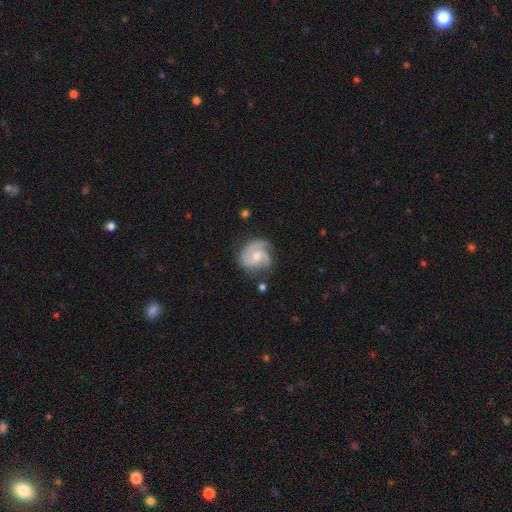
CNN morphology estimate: This is likely a featured or disk galaxy (78%). It is clearly not viewed edge-on (98%). Bar: likely no (60%). Spiral arm pattern: clearly yes (95%). Spiral arm count: marginally 2 (40%). Spiral winding: possibly medium (47%). Central bulge: possibly moderate (49%). Merging: likely none (62%).